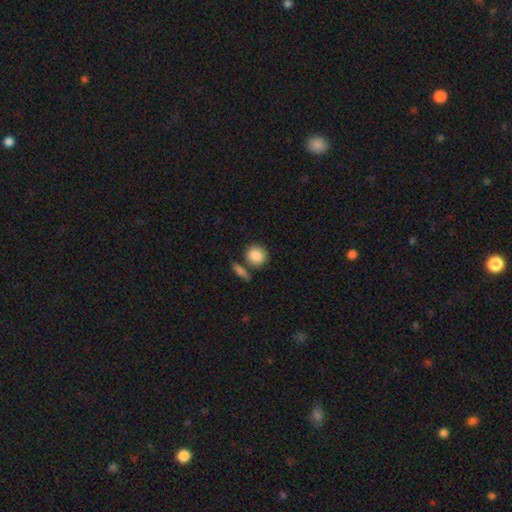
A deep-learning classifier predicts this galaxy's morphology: smooth 87%, star or artifact 7%, featured or disk 6%. Down the decision tree: how rounded — round (80%); merging — none (69%).